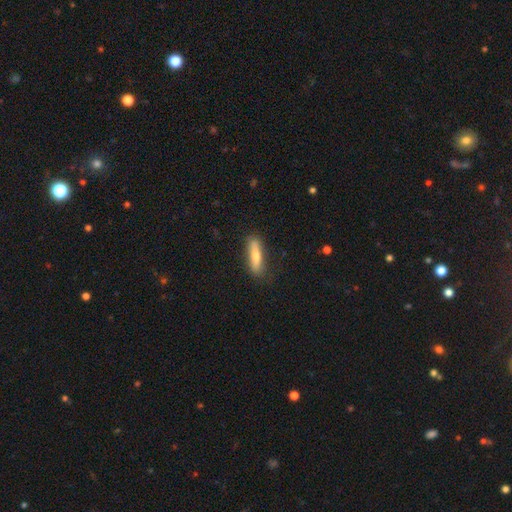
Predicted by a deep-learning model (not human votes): Q: Smooth or featured?
A: smooth (66%); runner-up: featured or disk (27%)
Q: How rounded?
A: cigar-shaped (77%); runner-up: in between (21%)
Q: Merging?
A: none (83%); runner-up: minor disturbance (13%)